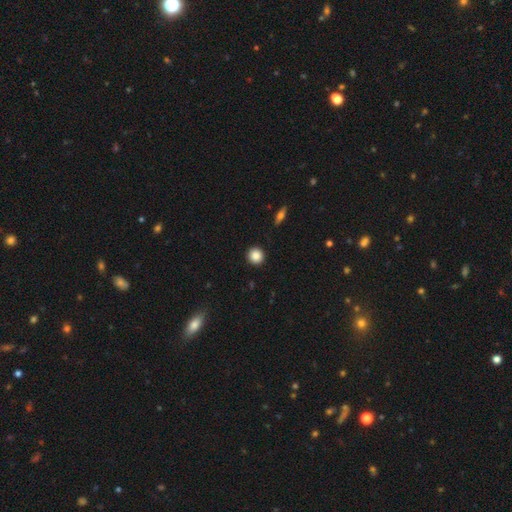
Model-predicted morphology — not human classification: This appears to be a smooth galaxy with no disk features (87%) that is round (93%). Merging: none (92%).